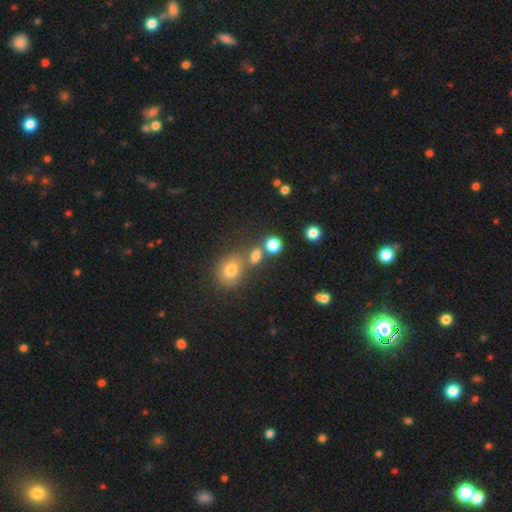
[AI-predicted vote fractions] smooth-or-featured: smooth: 77% | star or artifact: 15% | featured or disk: 7%
  how-rounded: round: 67% | in between: 31% | cigar-shaped: 2%
  merging: none: 57% | merger: 28% | minor disturbance: 10% | major disturbance: 5%